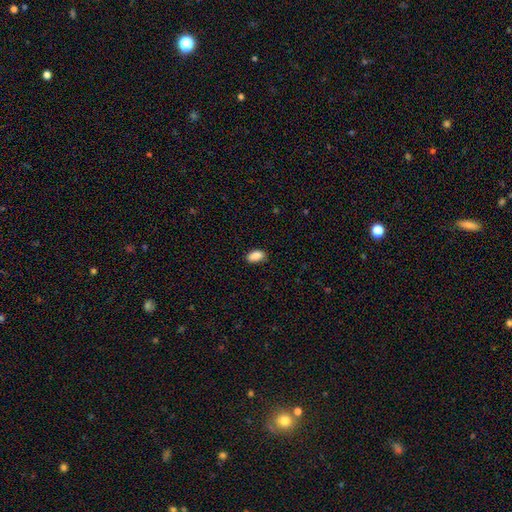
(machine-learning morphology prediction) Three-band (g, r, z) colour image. It shows a smooth galaxy with no disk features (89%) that is in between round and cigar-shaped (92%). Merging: none (86%).